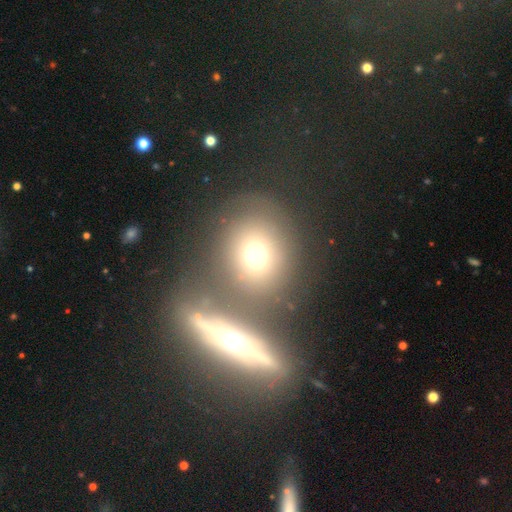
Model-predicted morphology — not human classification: Smooth or featured? smooth (69%)
How rounded? round (71%)
Merging? none (57%)